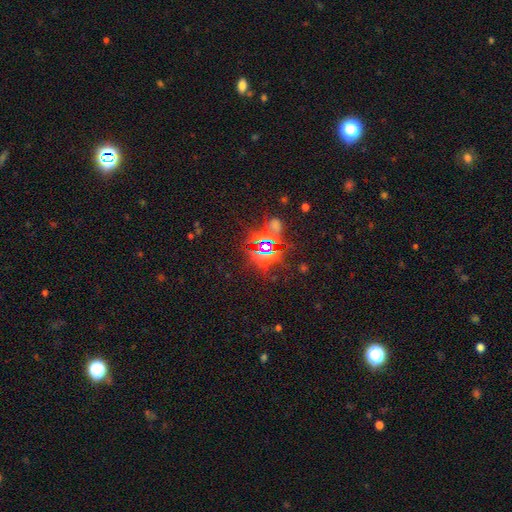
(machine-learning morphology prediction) A star or artifact, not a galaxy (81%).